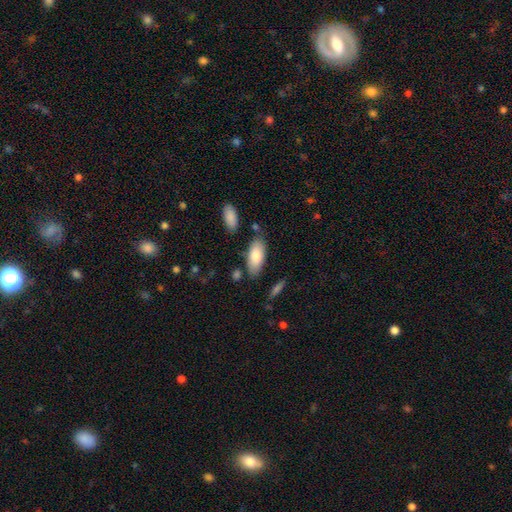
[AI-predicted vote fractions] Smooth or featured: smooth — 81% (featured or disk — 13%)
How rounded: in between — 85% (cigar-shaped — 14%)
Merging: none — 77% (minor disturbance — 15%)